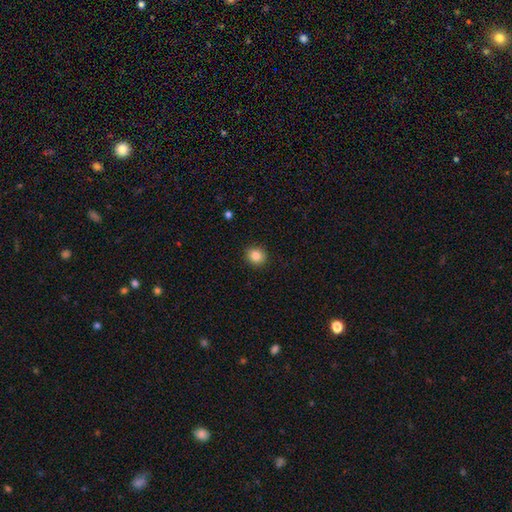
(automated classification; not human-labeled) Morphology: type=smooth (86%); roundness=round (84%); merging=none (90%).